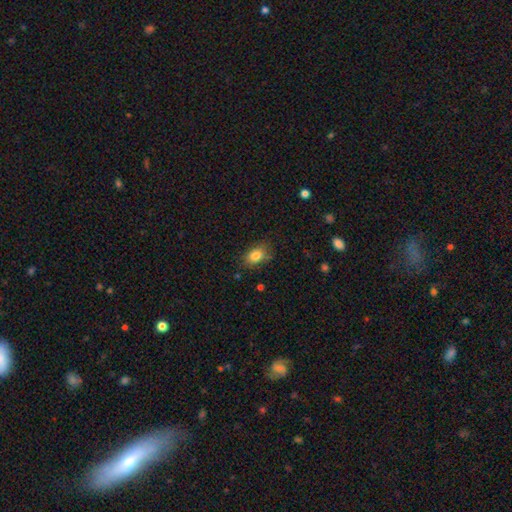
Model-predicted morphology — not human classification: A smooth galaxy with no disk features (82%) that is in between round and cigar-shaped (81%). Merging: none (77%).